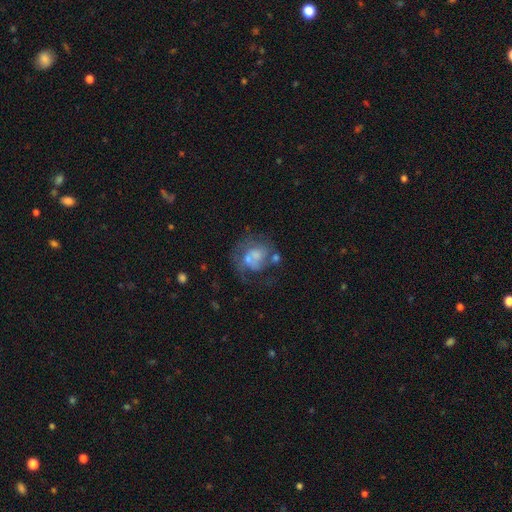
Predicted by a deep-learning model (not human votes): This appears to be a featured or disk galaxy (60%) with no bar (75%), spiral arms (61%) and a small central bulge (33%, tied with moderate). Merging: none (37%).